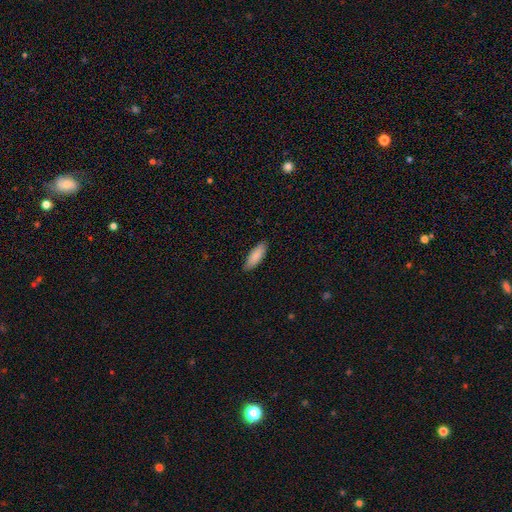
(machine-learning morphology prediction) Smooth or featured?
  - smooth: 88% *
  - featured or disk: 6%
  - star or artifact: 5%
How rounded?
  - in between: 64% *
  - cigar-shaped: 34%
  - round: 1%
Merging?
  - none: 86% *
  - minor disturbance: 11%
  - major disturbance: 2%
  - merger: 1%